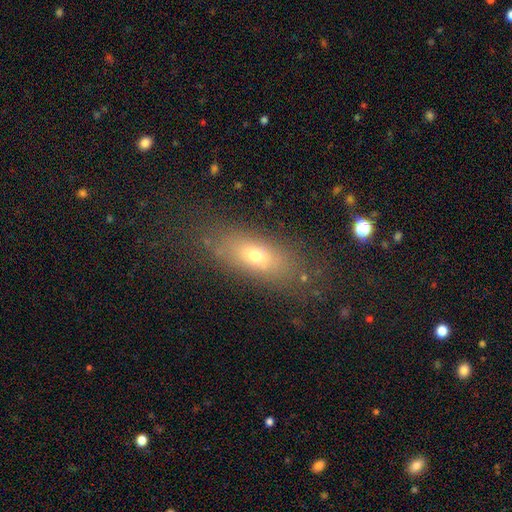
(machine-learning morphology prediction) This appears to be a smooth galaxy with no disk features (68%) that is in between round and cigar-shaped (72%). Merging: none (76%).